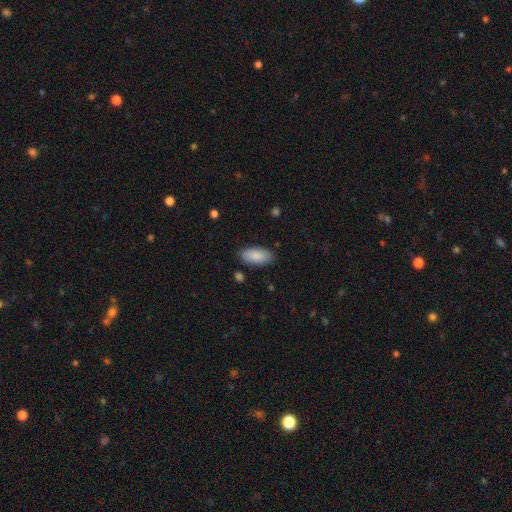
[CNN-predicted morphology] Smooth or featured?
  - smooth: 87% *
  - featured or disk: 6%
  - star or artifact: 6%
How rounded?
  - in between: 92% *
  - cigar-shaped: 6%
  - round: 2%
Merging?
  - none: 86% *
  - minor disturbance: 10%
  - major disturbance: 2%
  - merger: 2%